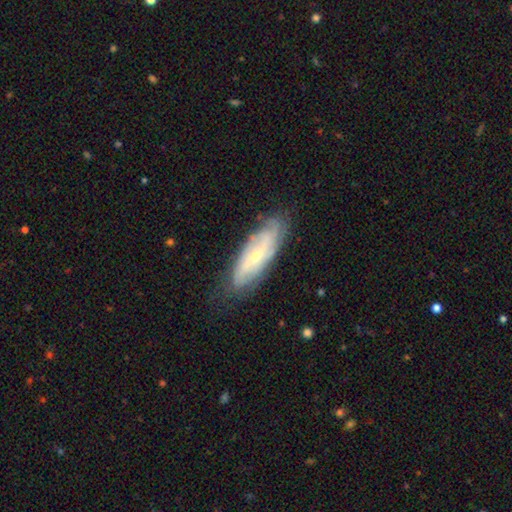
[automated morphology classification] smooth-or-featured: featured or disk: 72% | smooth: 22% | star or artifact: 6%
  disk-edge-on: no: 80% | yes: 20%
    bar: no: 49% | weak: 35% | strong: 15%
    has-spiral-arms: yes: 87% | no: 13%
    bulge-size: small: 63% | moderate: 34% | large: 1% | none: 1% | dominant: 1%
  merging: none: 75% | minor disturbance: 19% | major disturbance: 5% | merger: 1%